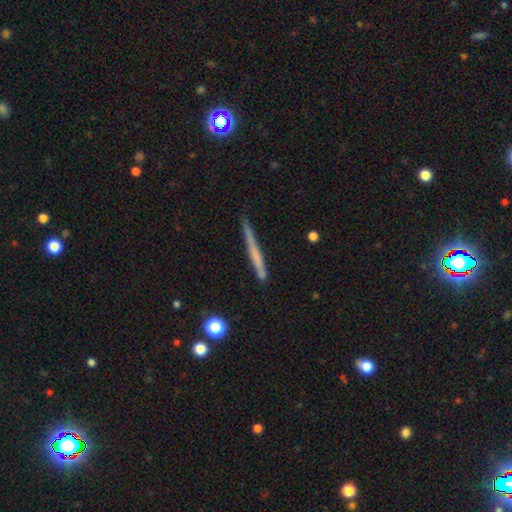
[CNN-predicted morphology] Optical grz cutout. It shows a smooth galaxy with no disk features (50%) that is cigar-shaped (96%). Merging: none (82%).